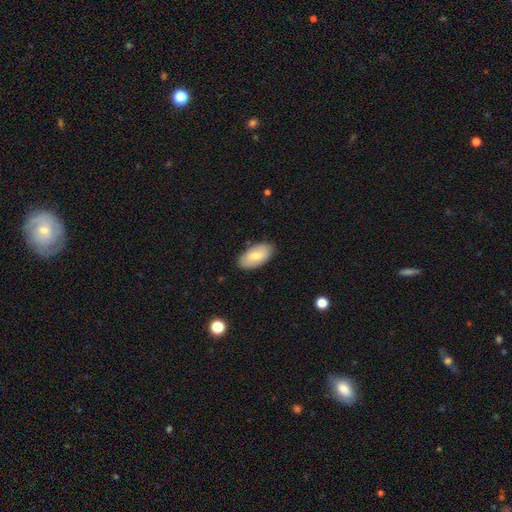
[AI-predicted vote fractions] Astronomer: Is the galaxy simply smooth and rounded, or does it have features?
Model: smooth — 70%.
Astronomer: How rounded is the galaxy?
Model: in between — 95%.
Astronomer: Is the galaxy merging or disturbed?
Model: none — 85%.